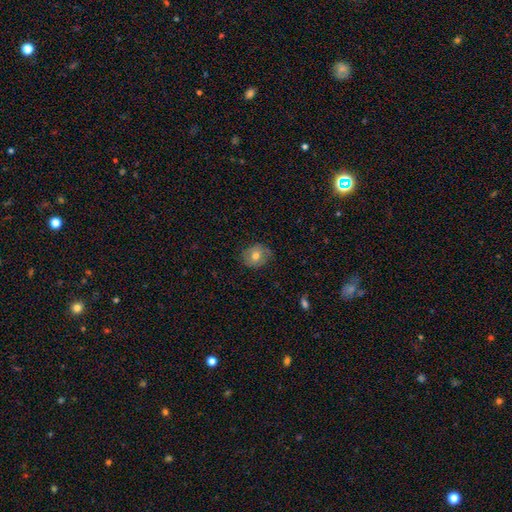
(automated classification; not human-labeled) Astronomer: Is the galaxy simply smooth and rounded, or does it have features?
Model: smooth — 70%.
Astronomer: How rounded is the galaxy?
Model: round — 61% (runner-up: in between, 38%).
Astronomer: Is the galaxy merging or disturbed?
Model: none — 79%.